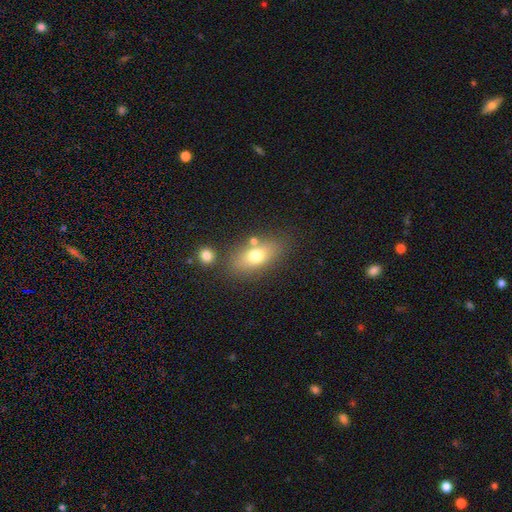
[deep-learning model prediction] Overall: smooth (72%). How rounded: in between (82%). Merging: none (70%).